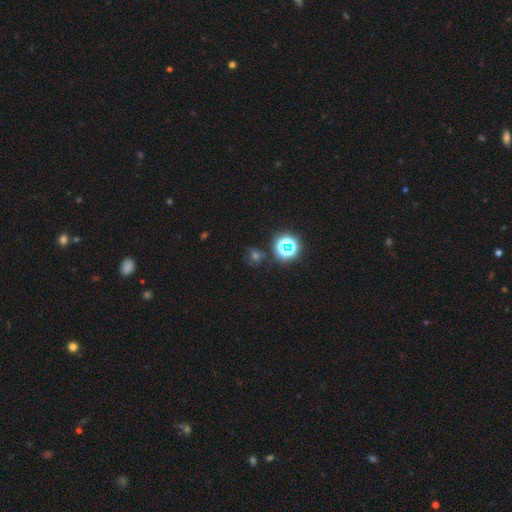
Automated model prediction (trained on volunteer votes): A star or artifact, not a galaxy (53%).